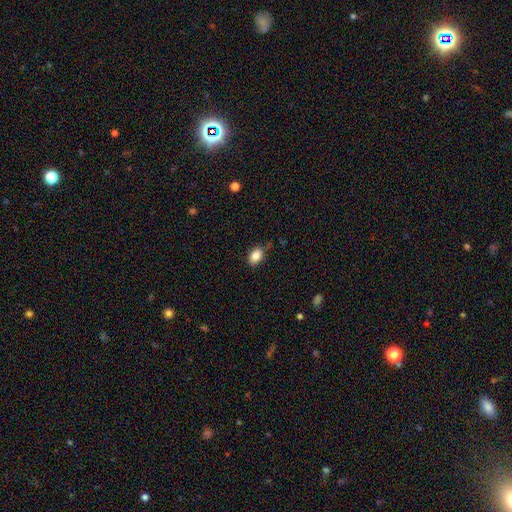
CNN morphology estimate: smooth_or_featured: smooth (p=0.86) [alt: star or artifact p=0.08]
how_rounded: in between (p=0.82) [alt: round p=0.16]
merging: none (p=0.81) [alt: minor disturbance p=0.14]